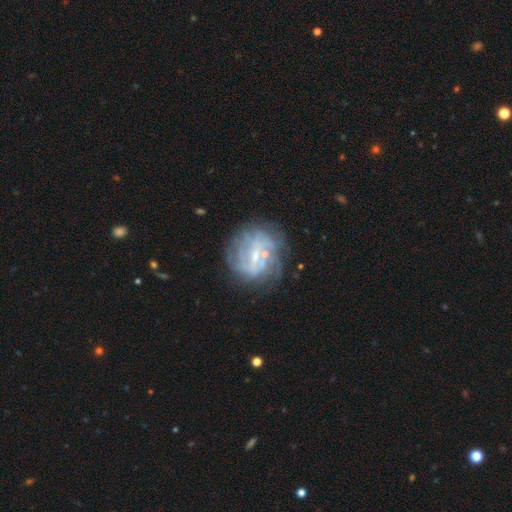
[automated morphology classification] Smooth or featured: featured or disk — 75% (smooth — 15%)
Edge-on disk: no — 97% (yes — 3%)
Bar: weak — 50% (no — 27%)
Spiral arms: yes — 77% (no — 23%)
Spiral winding: tight — 55% (medium — 30%)
Spiral arm count: can't tell — 51% (2 — 17%)
Bulge size: small — 57% (moderate — 25%)
Merging: none — 66% (minor disturbance — 18%)